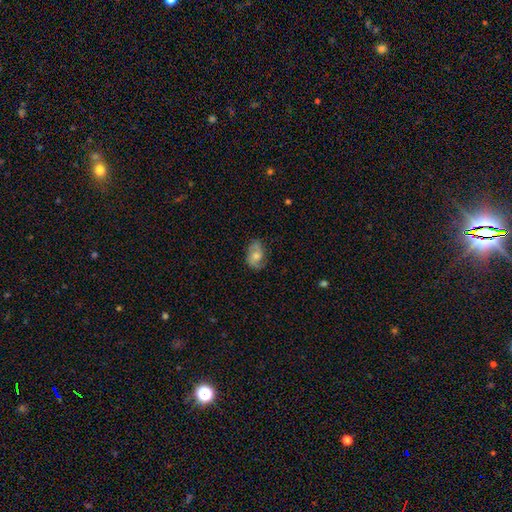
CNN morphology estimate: Q: Smooth or featured?
A: featured or disk (50%); runner-up: smooth (42%)
Q: Edge-on disk?
A: no (96%); runner-up: yes (4%)
Q: Merging?
A: none (70%); runner-up: minor disturbance (22%)